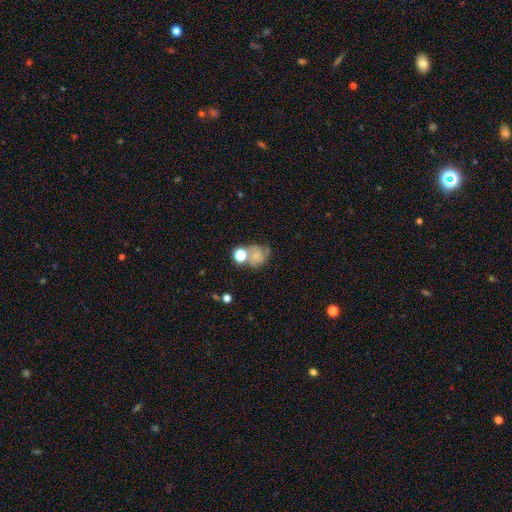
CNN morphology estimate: This appears to be a smooth galaxy with no disk features (55%) that is round (68%). Merging: none (38%).